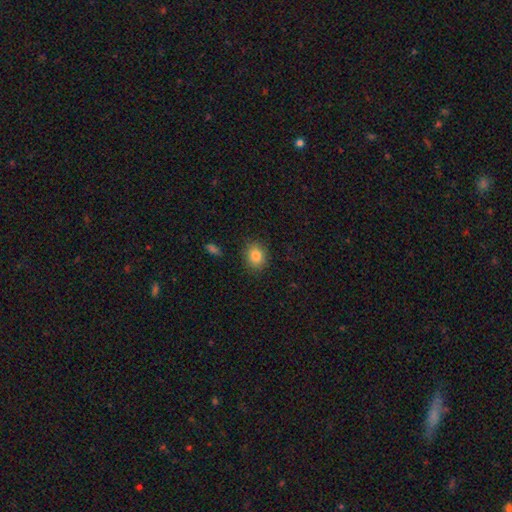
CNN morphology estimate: Smooth or featured? Predicted: smooth (p=0.83). How rounded? Predicted: round (p=0.59). Merging? Predicted: none (p=0.86).